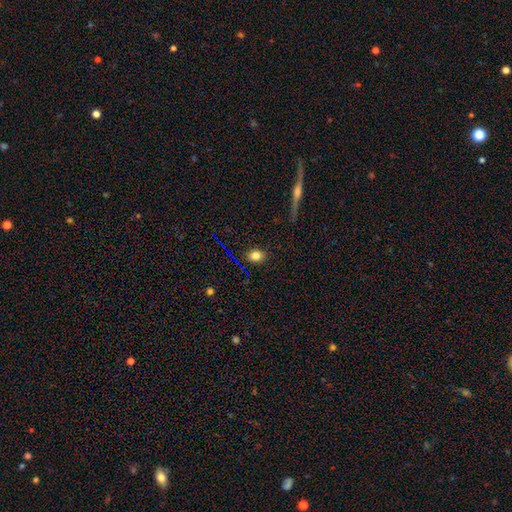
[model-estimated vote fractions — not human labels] A smooth galaxy with no disk features (78%) that is round (59%).

Vote fractions:
- Smooth or featured? smooth: 78% / star or artifact: 14% / featured or disk: 8%
- How rounded? round: 59% / in between: 39% / cigar-shaped: 2%
- Merging? none: 88% / minor disturbance: 8% / major disturbance: 2% / merger: 1%